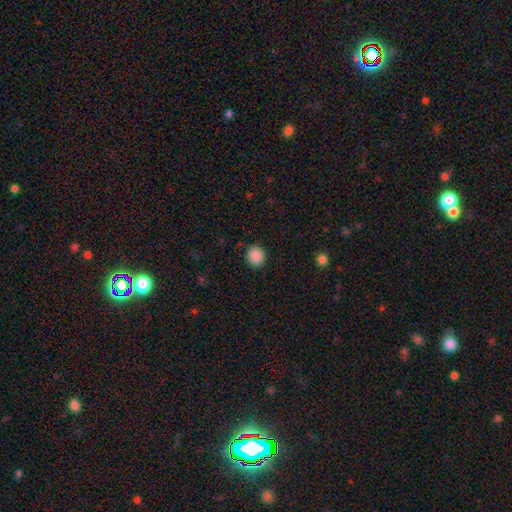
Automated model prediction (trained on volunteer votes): The model was most divided on "smooth or featured": smooth: 89%, star or artifact: 9%, featured or disk: 2%. More confident: merging — none (91%); how rounded — round (90%).